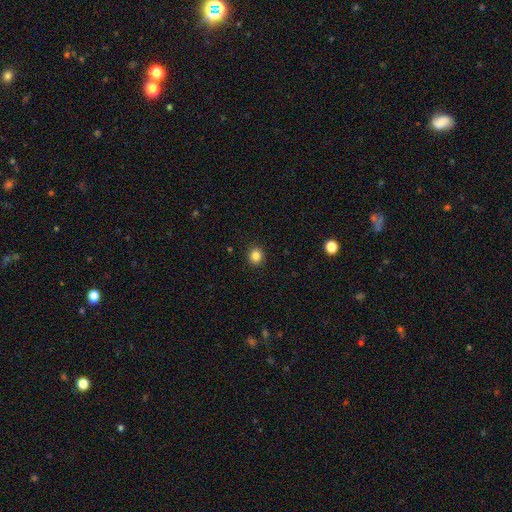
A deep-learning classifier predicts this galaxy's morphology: Smooth or featured? Predicted: smooth (p=0.83). How rounded? Predicted: round (p=0.88). Merging? Predicted: none (p=0.92).